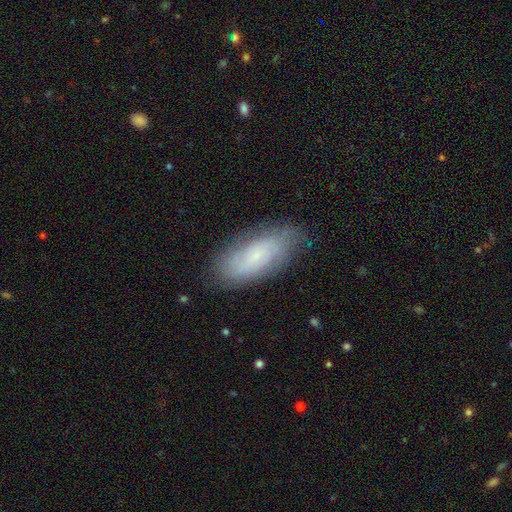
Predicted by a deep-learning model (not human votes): Smooth or featured? featured or disk (48%)
Merging? none (78%)